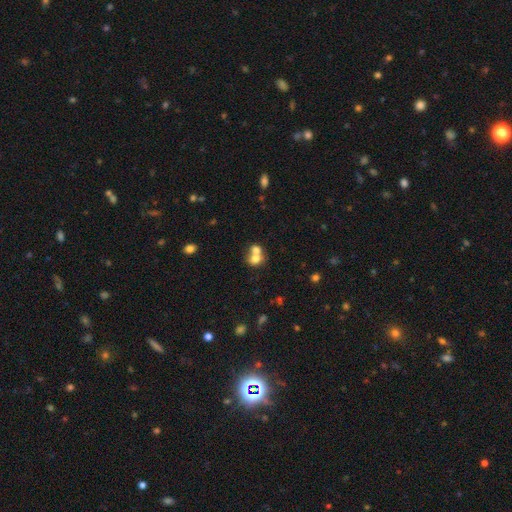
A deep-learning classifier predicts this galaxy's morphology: smooth_or_featured: smooth (p=0.71) [alt: featured or disk p=0.18]
how_rounded: round (p=0.66) [alt: in between p=0.33]
merging: merger (p=0.64) [alt: none p=0.27]